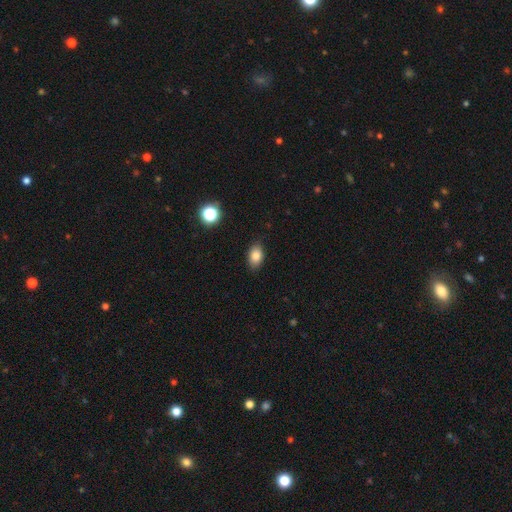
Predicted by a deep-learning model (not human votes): Smooth or featured? smooth (84%)
How rounded? in between (86%)
Merging? none (84%)